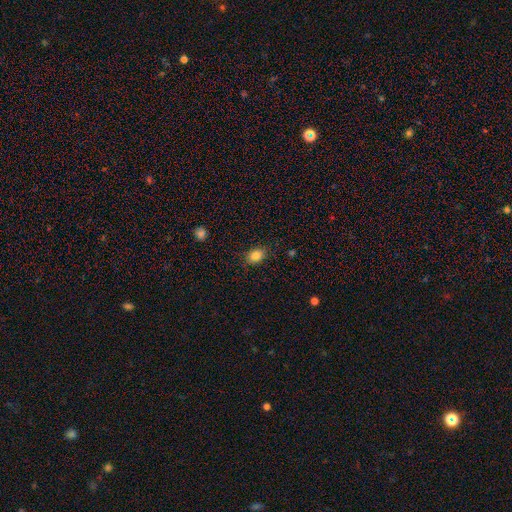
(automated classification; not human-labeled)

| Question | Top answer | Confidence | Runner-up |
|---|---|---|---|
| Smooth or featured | smooth | 83% | star or artifact (10%) |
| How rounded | in between | 68% | round (31%) |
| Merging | none | 84% | minor disturbance (12%) |